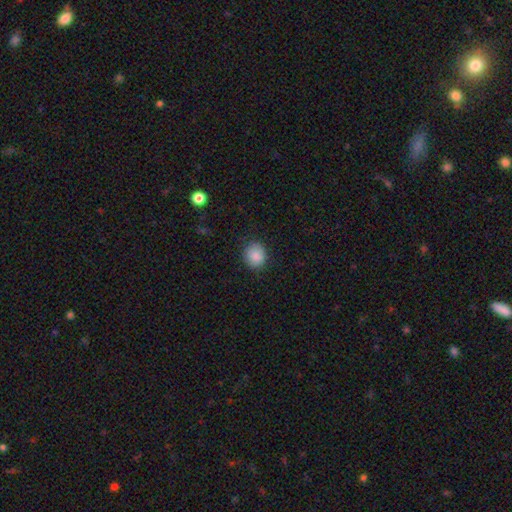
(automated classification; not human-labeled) A smooth galaxy with no disk features (87%) that is round (70%). Merging: none (84%).